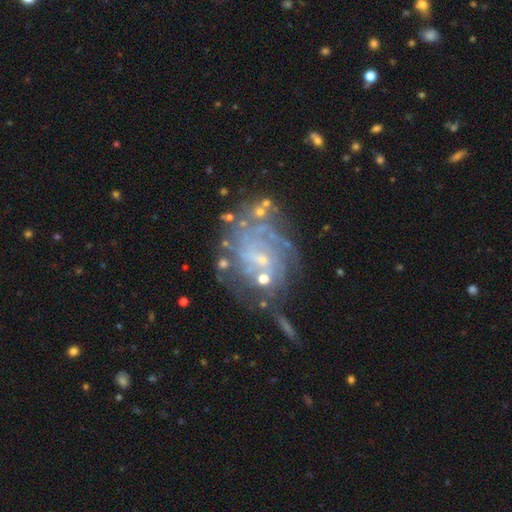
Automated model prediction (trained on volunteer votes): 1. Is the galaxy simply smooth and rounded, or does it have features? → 76% featured or disk, 12% star or artifact, 11% smooth.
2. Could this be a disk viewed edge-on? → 98% no, 2% yes.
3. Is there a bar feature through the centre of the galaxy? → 56% no, 35% weak, 9% strong.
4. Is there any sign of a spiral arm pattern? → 76% yes, 24% no.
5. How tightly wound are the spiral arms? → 54% tight, 30% medium, 15% loose.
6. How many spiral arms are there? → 52% can't tell, 14% 2, 11% 3, 9% 4, 7% more than 4, 6% 1.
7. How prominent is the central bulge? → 58% small, 25% none, 14% moderate, 2% large, 1% dominant.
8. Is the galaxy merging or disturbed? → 46% none, 24% major disturbance, 21% minor disturbance, 10% merger.